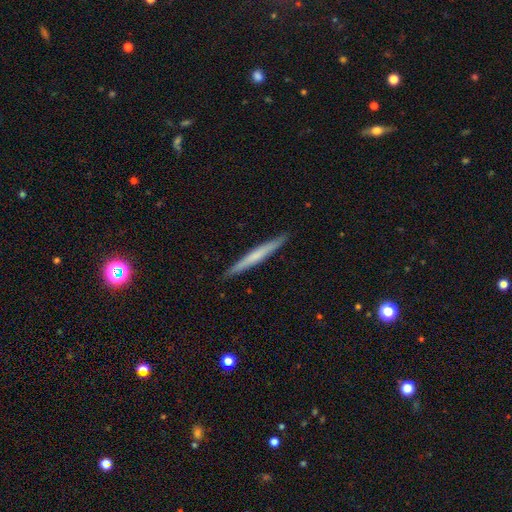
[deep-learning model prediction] smooth_or_featured: smooth (p=0.49) [alt: featured or disk p=0.45]
merging: none (p=0.92) [alt: minor disturbance p=0.06]